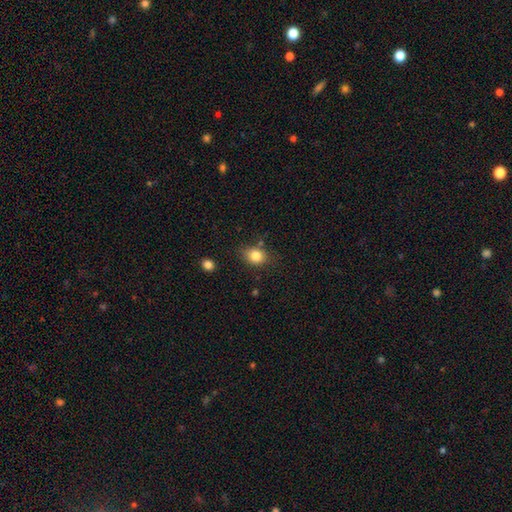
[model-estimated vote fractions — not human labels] A smooth galaxy with no disk features (82%) that is in between round and cigar-shaped (52%). Merging: none (74%).